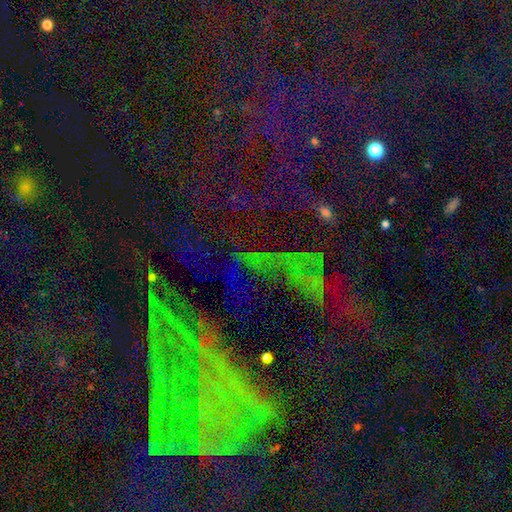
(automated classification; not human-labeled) Smooth or featured? Predicted: star or artifact (p=0.77).